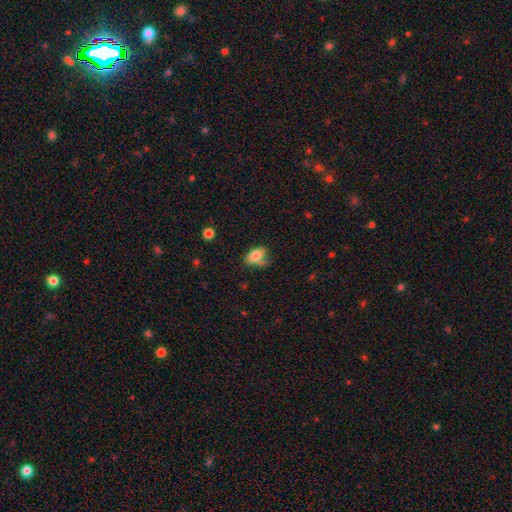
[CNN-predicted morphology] The model was most divided on "merging": none: 45%, minor disturbance: 28%, major disturbance: 15%, merger: 12%. More confident: how rounded — in between (87%); smooth or featured — smooth (79%).